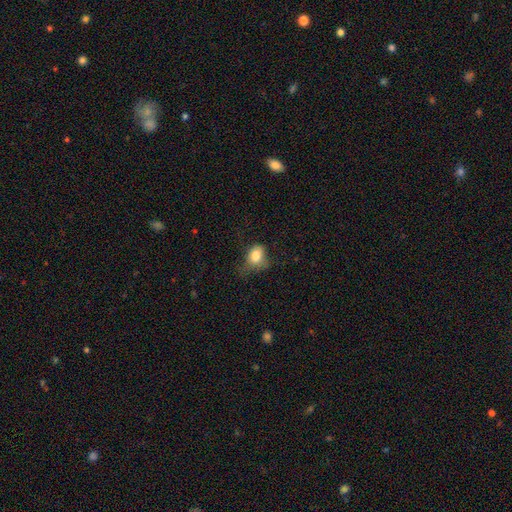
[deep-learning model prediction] The model was most divided on "merging": minor disturbance: 36%, none: 35%, major disturbance: 26%, merger: 2%. More confident: smooth or featured — smooth (82%); how rounded — in between (65%).